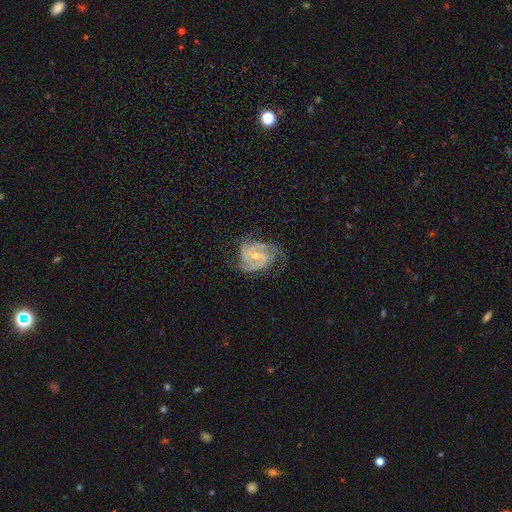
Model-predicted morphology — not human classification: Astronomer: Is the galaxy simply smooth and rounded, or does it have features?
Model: featured or disk — 90%.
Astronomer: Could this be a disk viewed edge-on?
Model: no — 98%.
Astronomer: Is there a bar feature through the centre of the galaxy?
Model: weak — 45% (runner-up: no, 35%).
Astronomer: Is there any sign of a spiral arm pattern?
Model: yes — 98%.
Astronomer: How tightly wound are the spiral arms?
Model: tight — 49% (runner-up: medium, 43%).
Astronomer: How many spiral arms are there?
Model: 3 — 41% (runner-up: 2, 35%).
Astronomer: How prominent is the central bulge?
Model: small — 53% (runner-up: moderate, 43%).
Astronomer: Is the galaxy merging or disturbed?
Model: none — 69%.